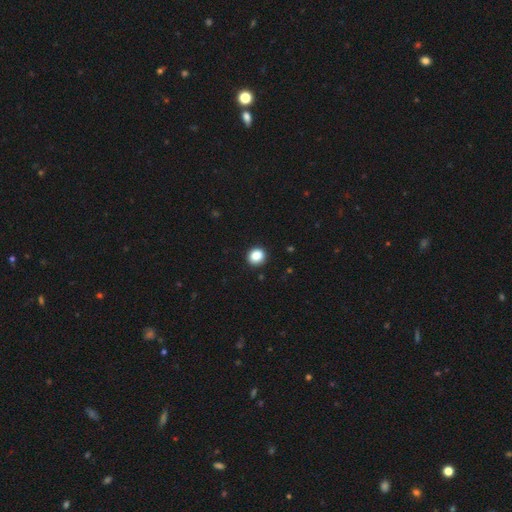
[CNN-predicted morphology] This is clearly a smooth galaxy (86%). How rounded: clearly round (86%). Merging: clearly none (91%).